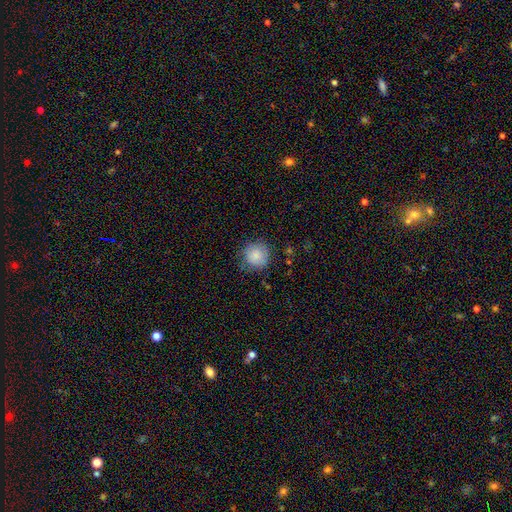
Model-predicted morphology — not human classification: Smooth or featured? smooth (84%)
How rounded? round (93%)
Merging? none (79%)